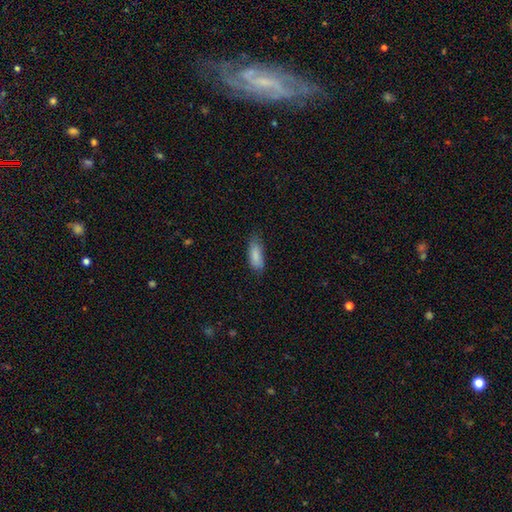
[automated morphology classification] Smooth or featured?
  - smooth: 86% *
  - featured or disk: 7%
  - star or artifact: 6%
How rounded?
  - in between: 76% *
  - cigar-shaped: 22%
  - round: 2%
Merging?
  - none: 73% *
  - minor disturbance: 22%
  - major disturbance: 4%
  - merger: 1%